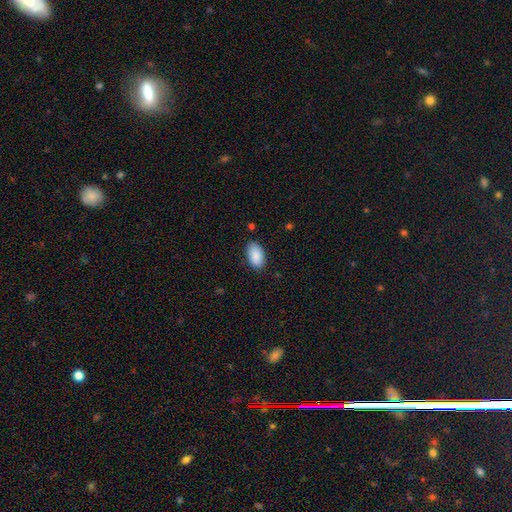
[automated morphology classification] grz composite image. It shows a smooth galaxy with no disk features (89%) that is in between round and cigar-shaped (95%). Merging: none (84%).